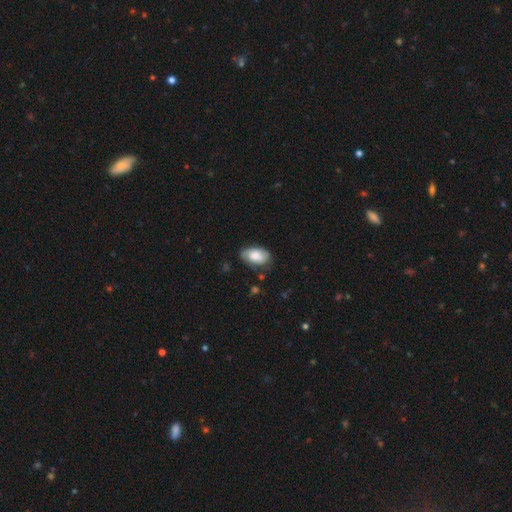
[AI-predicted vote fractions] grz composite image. It shows a smooth galaxy with no disk features (72%) that is in between round and cigar-shaped (92%). Merging: none (65%).